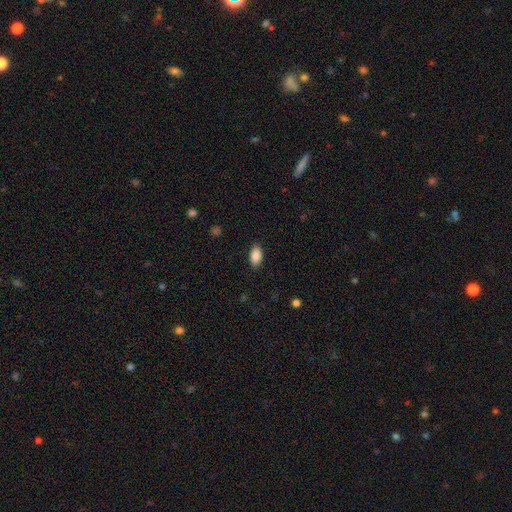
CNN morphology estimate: The model was most divided on "merging": none: 87%, minor disturbance: 9%, major disturbance: 2%, merger: 1%. More confident: how rounded — in between (92%); smooth or featured — smooth (88%).